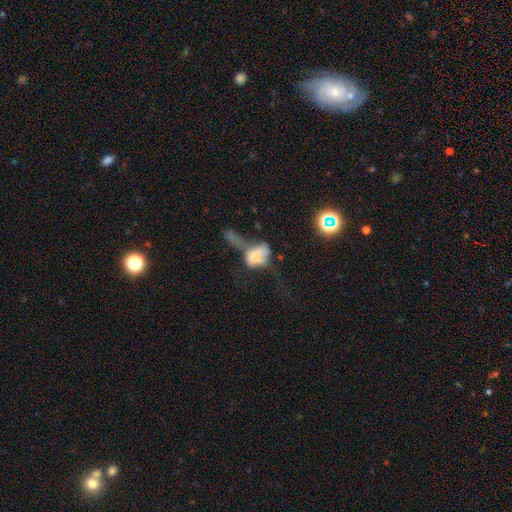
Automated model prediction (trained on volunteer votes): The model was most divided on "merging": major disturbance: 39%, merger: 36%, minor disturbance: 12%, none: 12%. More confident: how rounded — in between (75%); smooth or featured — smooth (57%).